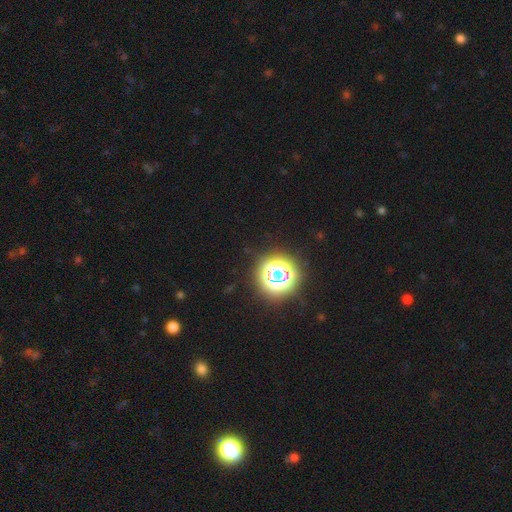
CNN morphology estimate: Smooth or featured?
  - star or artifact: 79% *
  - smooth: 15%
  - featured or disk: 6%